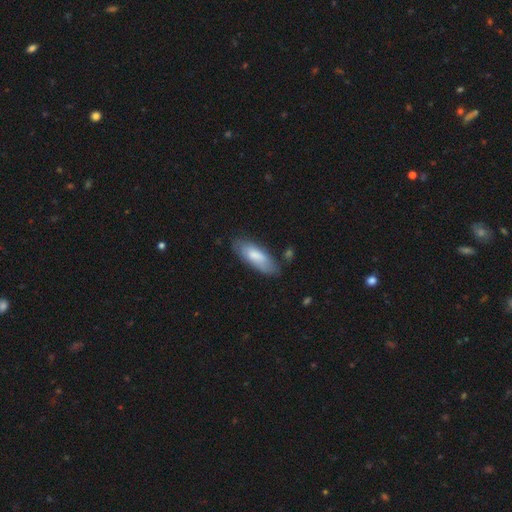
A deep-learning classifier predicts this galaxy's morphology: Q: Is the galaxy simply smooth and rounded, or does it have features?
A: smooth — 76%.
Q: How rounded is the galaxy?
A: in between — 69%.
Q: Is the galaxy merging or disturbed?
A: none — 74%.